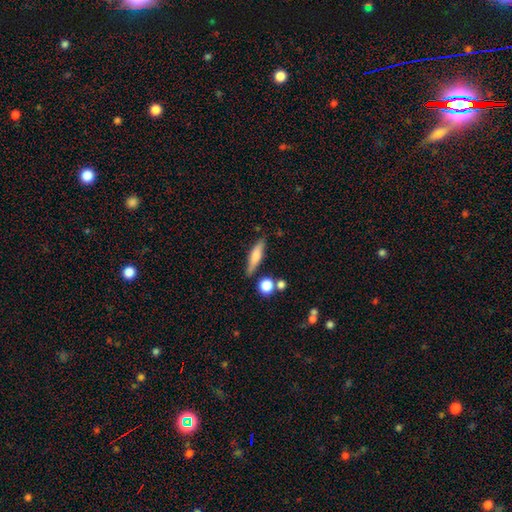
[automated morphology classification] Q: Smooth or featured?
A: smooth (60%); runner-up: featured or disk (33%)
Q: How rounded?
A: cigar-shaped (69%); runner-up: in between (27%)
Q: Merging?
A: none (77%); runner-up: minor disturbance (13%)